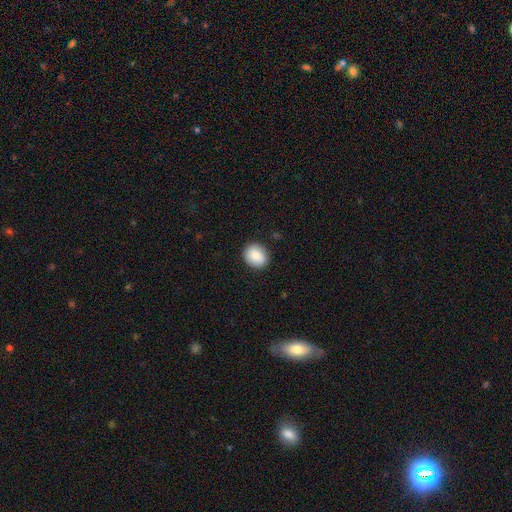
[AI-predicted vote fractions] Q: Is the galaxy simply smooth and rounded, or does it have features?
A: smooth — 86%.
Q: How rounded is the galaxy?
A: round — 60%.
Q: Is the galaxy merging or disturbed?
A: none — 88%.